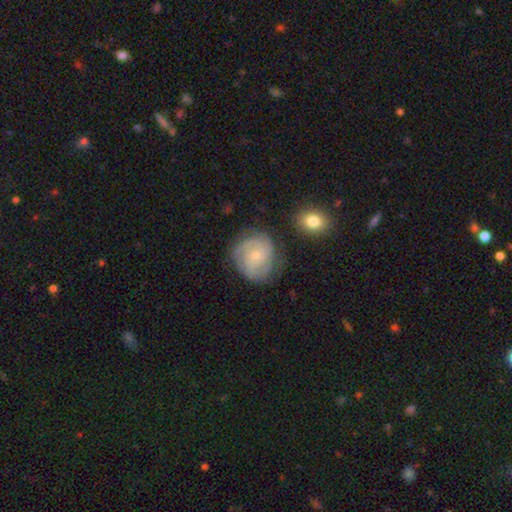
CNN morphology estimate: This is likely a featured or disk galaxy (71%). It is clearly not viewed edge-on (98%). Bar: likely no (73%). Spiral arm pattern: clearly yes (93%). Spiral arm count: marginally 3 (29%). Spiral winding: likely tight (60%). Central bulge: likely small (76%). Merging: likely none (73%).